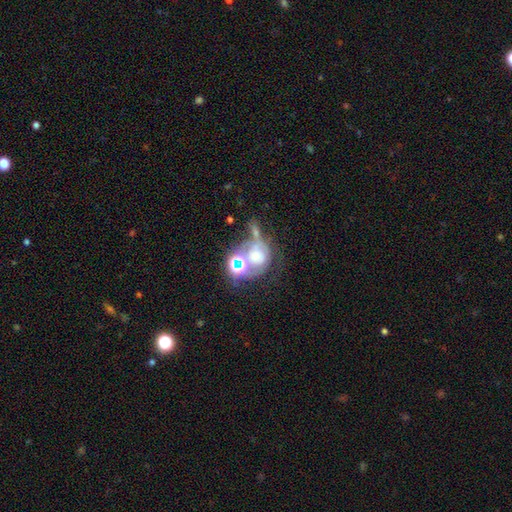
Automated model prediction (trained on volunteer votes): Smooth or featured: smooth — 40% (featured or disk — 34%)
Merging: merger — 36% (none — 26%)